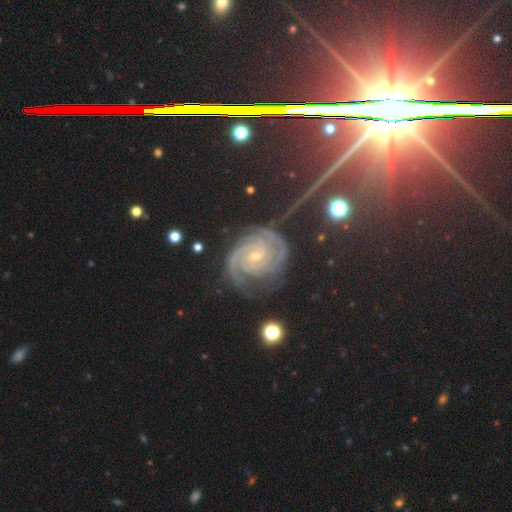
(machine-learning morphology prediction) Overall: featured or disk (83%). Edge-on disk: no (98%). Bar: no (62%; weak 27%). Spiral arms: yes (99%). Spiral arm count: 2 (34%; 3 29%). Spiral winding: tight (78%). Bulge size: small (73%). Merging: none (73%).